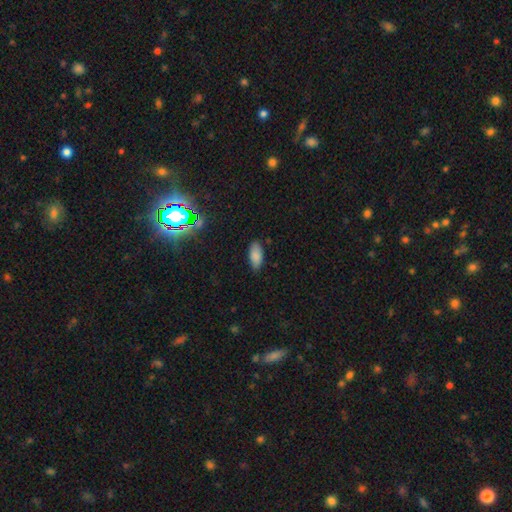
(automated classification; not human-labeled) The model was most divided on "merging": none: 83%, minor disturbance: 13%, major disturbance: 3%, merger: 1%. More confident: how rounded — in between (90%); smooth or featured — smooth (84%).